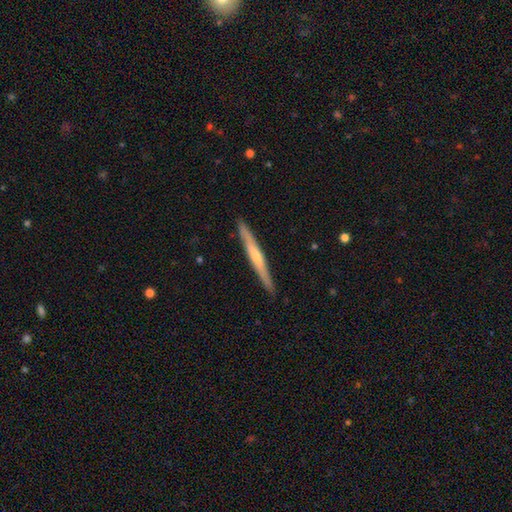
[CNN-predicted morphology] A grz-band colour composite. It shows a featured or disk galaxy (59%) viewed edge-on (97%) with a rounded central bulge (52%). Merging: none (92%).